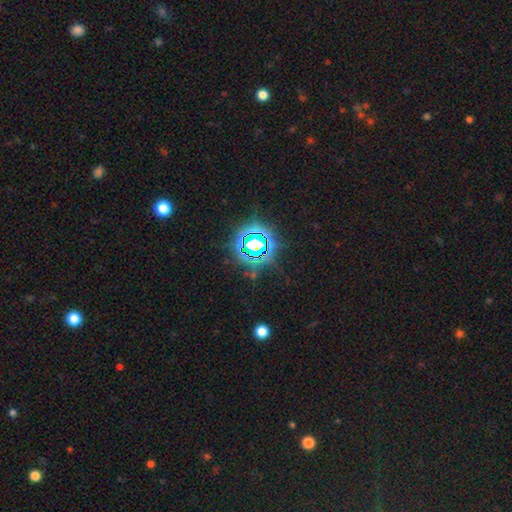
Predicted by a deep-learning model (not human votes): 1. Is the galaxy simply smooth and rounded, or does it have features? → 79% star or artifact, 13% smooth, 8% featured or disk.